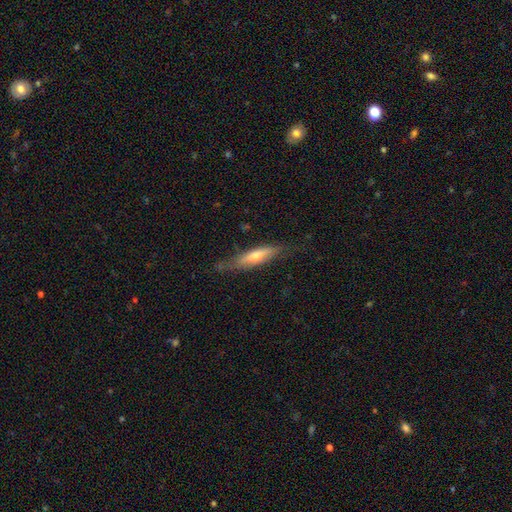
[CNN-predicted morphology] Smooth or featured: featured or disk — 47% (tied with smooth — 47%)
Merging: none — 73% (minor disturbance — 20%)